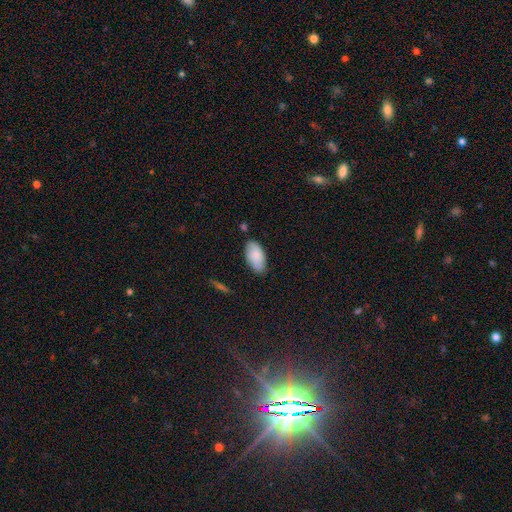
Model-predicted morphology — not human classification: Smooth or featured? smooth (84%)
How rounded? in between (95%)
Merging? none (77%)